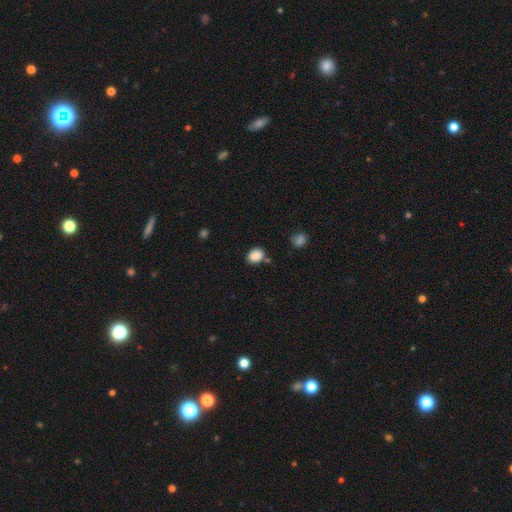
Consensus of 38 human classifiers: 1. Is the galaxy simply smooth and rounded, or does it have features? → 95% smooth, 5% star or artifact, 0% featured or disk.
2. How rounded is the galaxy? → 53% in between, 44% round, 3% cigar-shaped.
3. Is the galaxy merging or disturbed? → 72% none, 22% minor disturbance, 6% major disturbance, 0% merger.